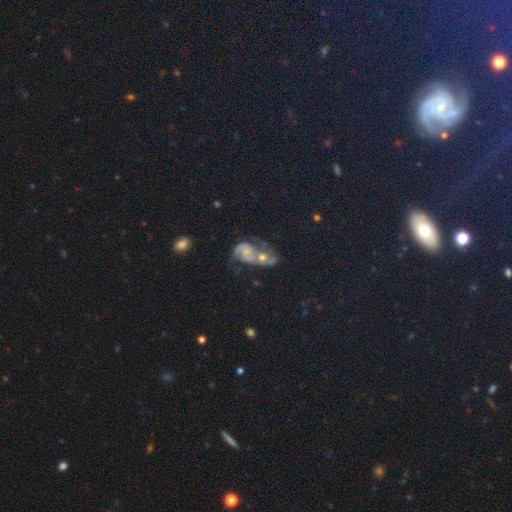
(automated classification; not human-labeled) Smooth or featured: star or artifact — 39% (featured or disk — 37%)